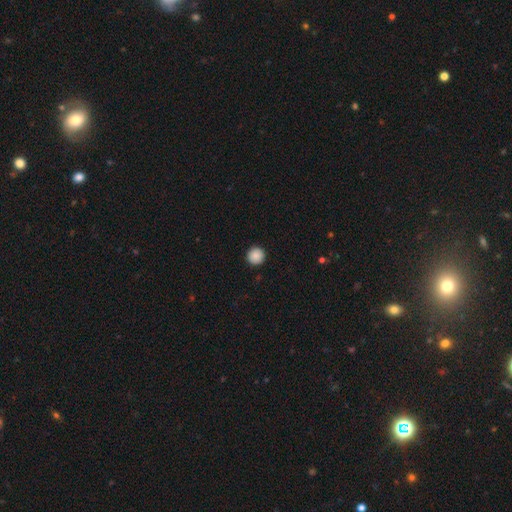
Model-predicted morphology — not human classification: type=smooth (89%); roundness=round (96%); merging=none (93%).